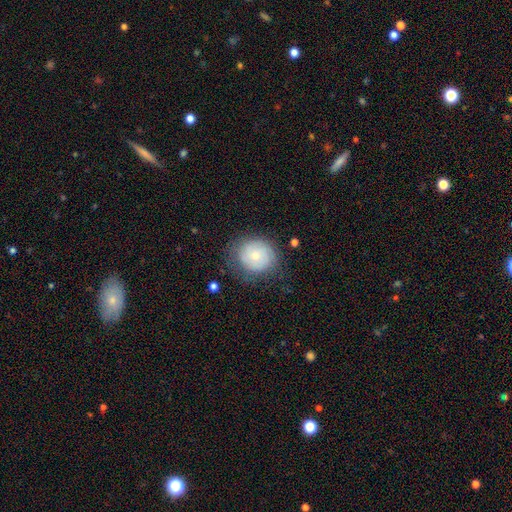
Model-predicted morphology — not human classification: Smooth or featured: smooth — 59% (featured or disk — 33%)
How rounded: round — 80% (in between — 19%)
Merging: none — 67% (minor disturbance — 22%)